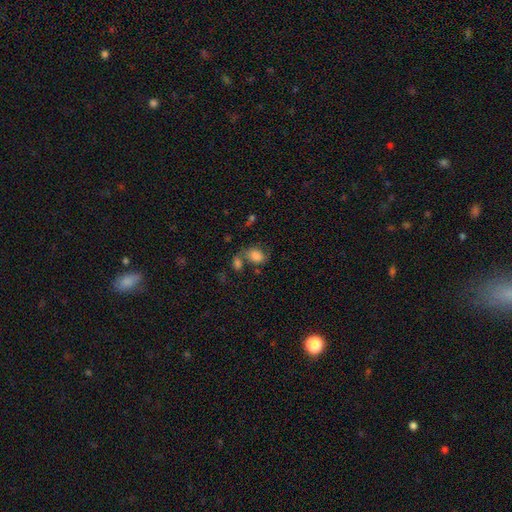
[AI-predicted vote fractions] smooth_or_featured: smooth (p=0.75) [alt: featured or disk p=0.15]
how_rounded: in between (p=0.66) [alt: round p=0.33]
merging: none (p=0.41) [alt: merger p=0.30]